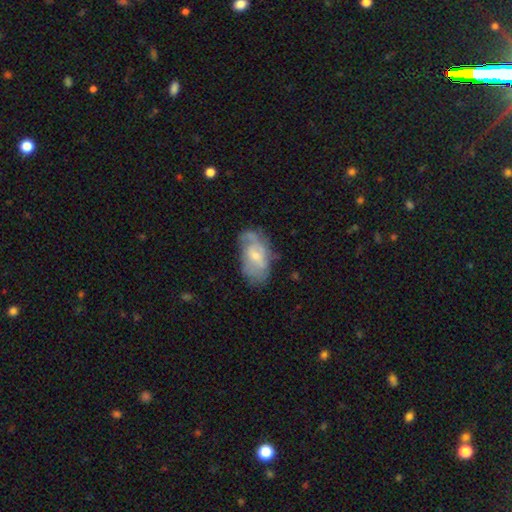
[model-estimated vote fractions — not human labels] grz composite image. It shows a featured or disk galaxy (54%) with no bar (54%), spiral arms (60%) and a small central bulge (54%). Merging: none (51%).